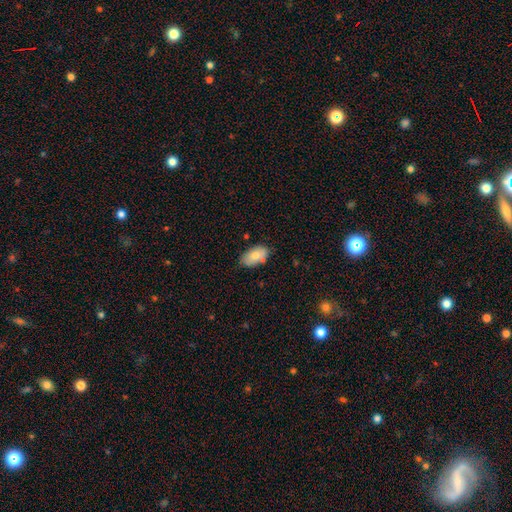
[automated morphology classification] A smooth galaxy with no disk features (76%) that is in between round and cigar-shaped (93%).

Vote fractions:
- Smooth or featured? smooth: 76% / featured or disk: 17% / star or artifact: 7%
- How rounded? in between: 93% / round: 5% / cigar-shaped: 2%
- Merging? none: 74% / minor disturbance: 17% / merger: 6% / major disturbance: 3%